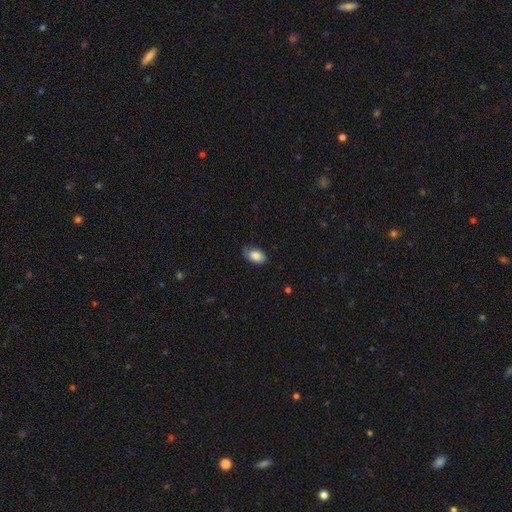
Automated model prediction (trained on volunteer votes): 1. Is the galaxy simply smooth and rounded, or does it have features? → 83% smooth, 9% featured or disk, 7% star or artifact.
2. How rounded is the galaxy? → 91% in between, 8% round, 1% cigar-shaped.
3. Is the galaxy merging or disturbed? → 68% none, 25% minor disturbance, 5% major disturbance, 1% merger.